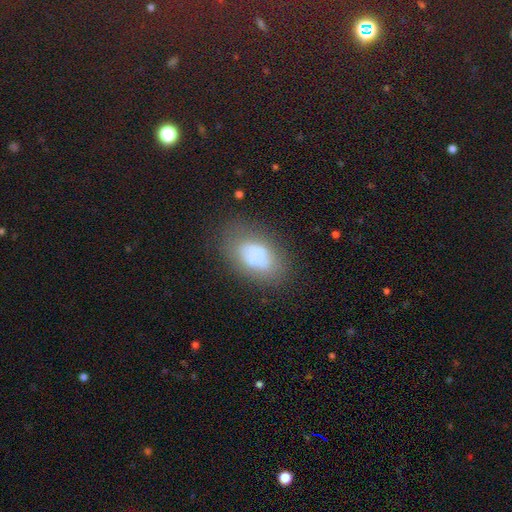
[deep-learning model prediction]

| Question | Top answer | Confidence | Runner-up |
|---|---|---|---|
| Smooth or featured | smooth | 57% | featured or disk (32%) |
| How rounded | in between | 85% | round (13%) |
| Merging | none | 59% | minor disturbance (21%) |